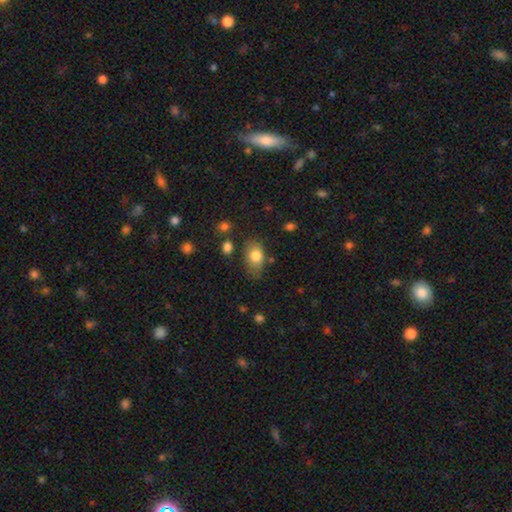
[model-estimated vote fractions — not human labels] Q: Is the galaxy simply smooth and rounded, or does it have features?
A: smooth — 80%.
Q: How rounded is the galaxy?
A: in between — 82%.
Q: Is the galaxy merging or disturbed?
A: none — 67%.